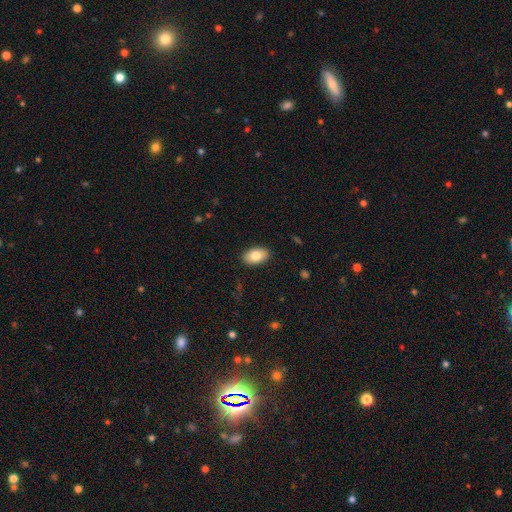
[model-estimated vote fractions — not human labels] A smooth galaxy with no disk features (82%) that is in between round and cigar-shaped (93%).

Vote fractions:
- Smooth or featured? smooth: 82% / featured or disk: 12% / star or artifact: 7%
- How rounded? in between: 93% / round: 6% / cigar-shaped: 1%
- Merging? none: 89% / minor disturbance: 8% / major disturbance: 2% / merger: 1%